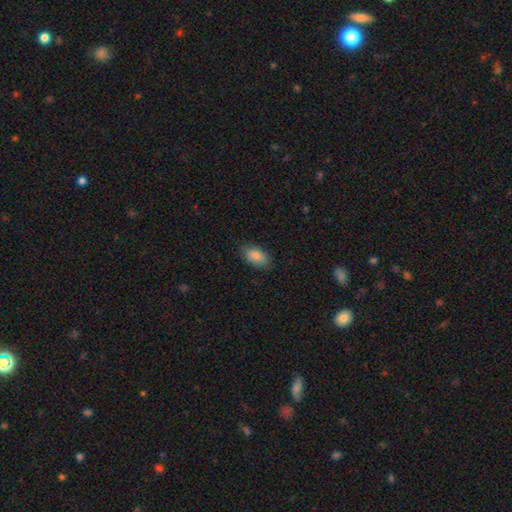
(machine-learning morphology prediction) Smooth or featured?
  - smooth: 88% *
  - star or artifact: 6%
  - featured or disk: 6%
How rounded?
  - in between: 93% *
  - round: 4%
  - cigar-shaped: 3%
Merging?
  - none: 83% *
  - minor disturbance: 13%
  - major disturbance: 3%
  - merger: 1%